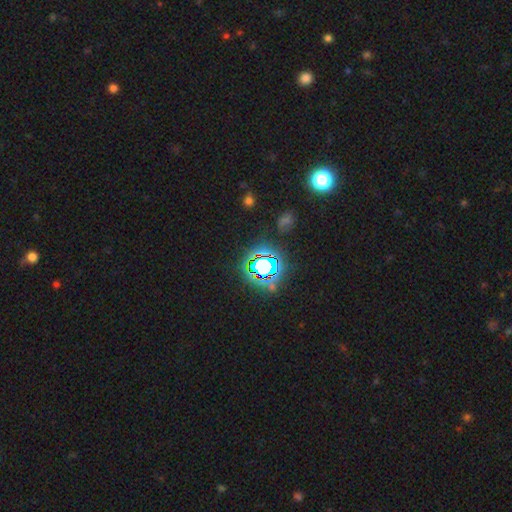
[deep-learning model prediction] The model was most divided on "smooth or featured": star or artifact: 74%, smooth: 16%, featured or disk: 10%.